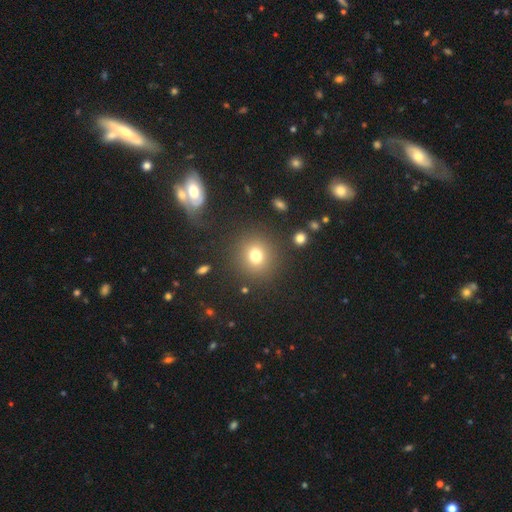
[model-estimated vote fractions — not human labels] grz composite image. It shows a smooth galaxy with no disk features (74%) that is round (87%). Merging: none (87%).